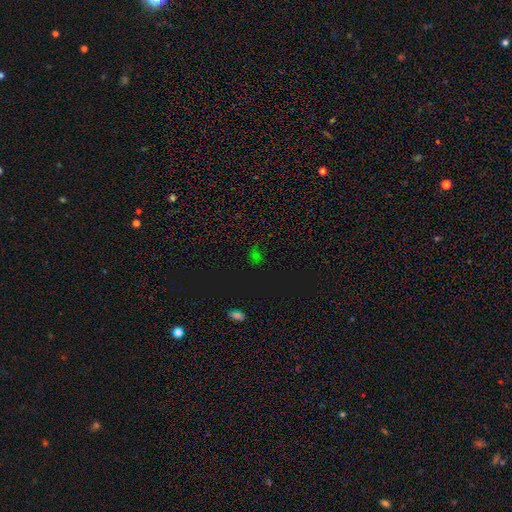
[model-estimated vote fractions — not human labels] A star or artifact, not a galaxy (53%).

Vote fractions:
- Smooth or featured? star or artifact: 53% / smooth: 39% / featured or disk: 8%